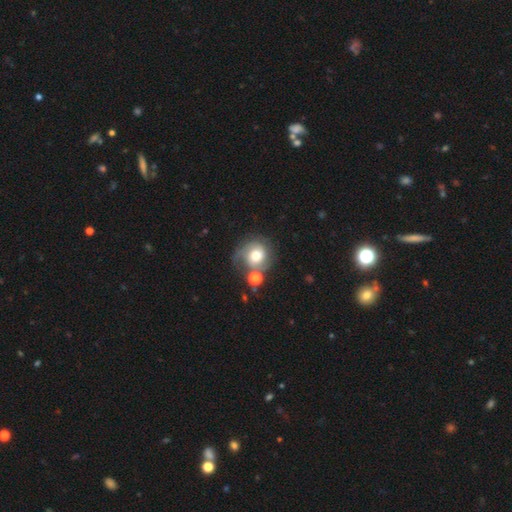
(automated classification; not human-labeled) Overall: featured or disk (50%; smooth 41%). Merging: none (48%; merger 21%).